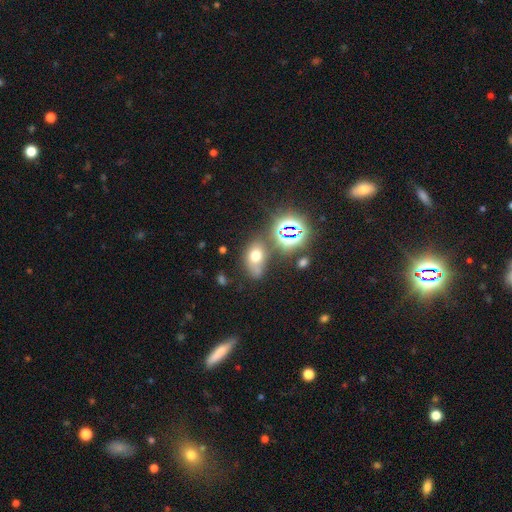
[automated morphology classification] Smooth or featured: smooth — 59% (star or artifact — 26%)
How rounded: in between — 72% (round — 26%)
Merging: none — 50% (minor disturbance — 20%)